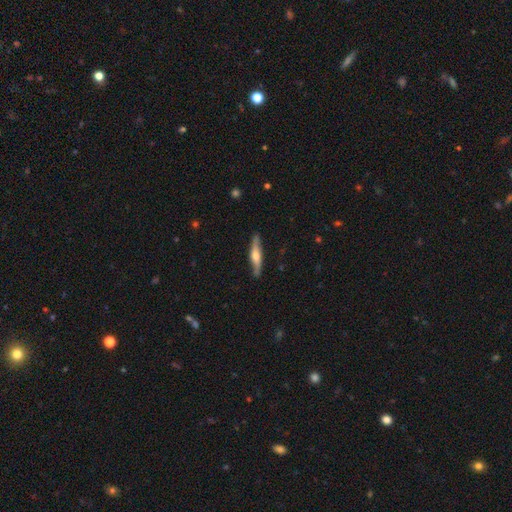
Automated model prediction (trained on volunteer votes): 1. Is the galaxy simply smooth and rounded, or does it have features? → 59% featured or disk, 36% smooth, 5% star or artifact.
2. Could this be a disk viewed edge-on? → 87% yes, 13% no.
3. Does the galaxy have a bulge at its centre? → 81% rounded, 11% boxy, 8% none.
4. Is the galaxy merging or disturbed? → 82% none, 14% minor disturbance, 2% major disturbance, 1% merger.